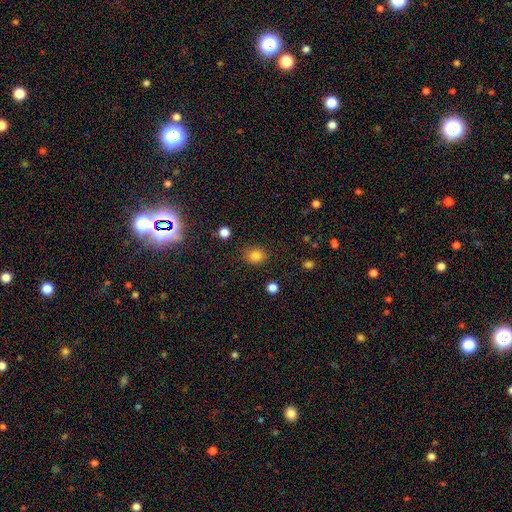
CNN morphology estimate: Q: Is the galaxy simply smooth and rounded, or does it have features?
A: smooth — 83%.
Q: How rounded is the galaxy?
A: round — 72%.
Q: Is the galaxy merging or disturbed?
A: none — 84%.